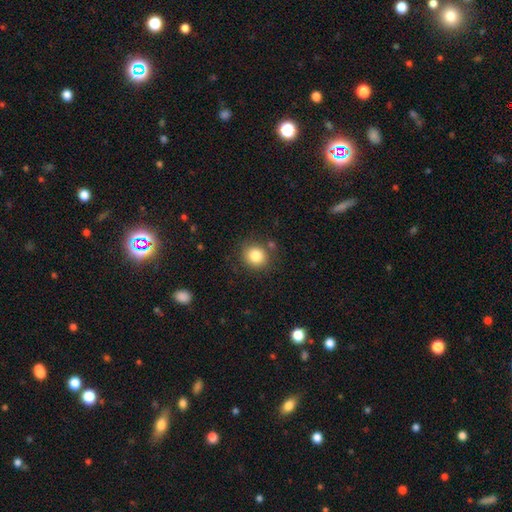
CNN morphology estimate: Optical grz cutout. It shows a smooth galaxy with no disk features (83%) that is round (84%). Merging: none (84%).